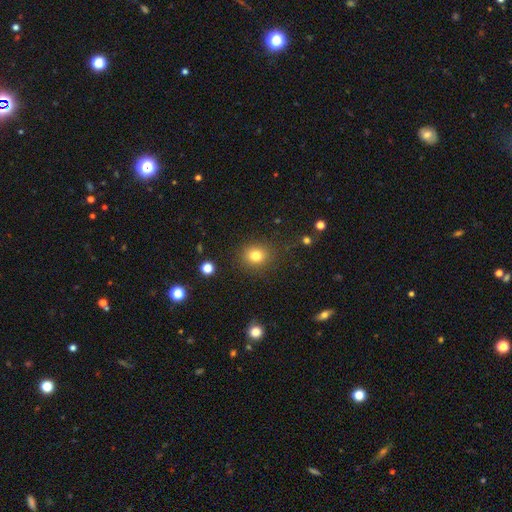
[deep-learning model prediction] This appears to be a smooth galaxy with no disk features (80%) that is round (78%). Merging: none (86%).